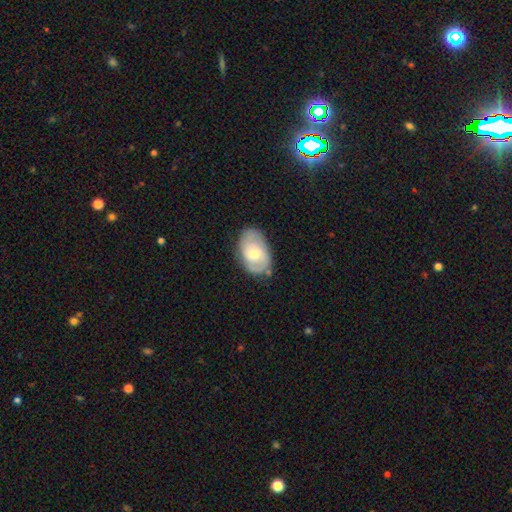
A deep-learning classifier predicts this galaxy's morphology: Q: Smooth or featured?
A: featured or disk (49%); runner-up: smooth (44%)
Q: Merging?
A: none (73%); runner-up: minor disturbance (20%)